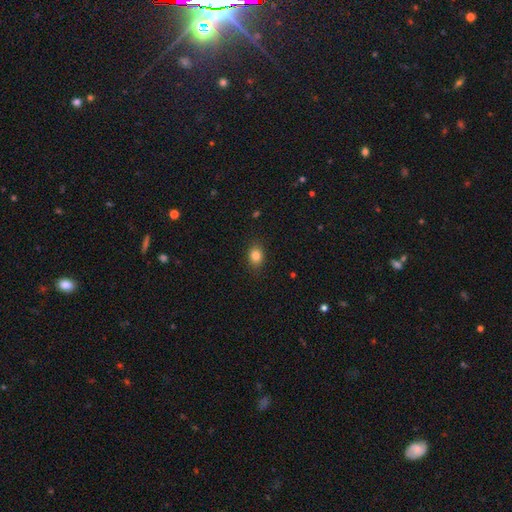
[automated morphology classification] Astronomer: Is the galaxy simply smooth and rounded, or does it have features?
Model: smooth — 84%.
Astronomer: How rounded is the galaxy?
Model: in between — 55% (runner-up: round, 44%).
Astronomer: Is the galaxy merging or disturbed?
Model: none — 86%.